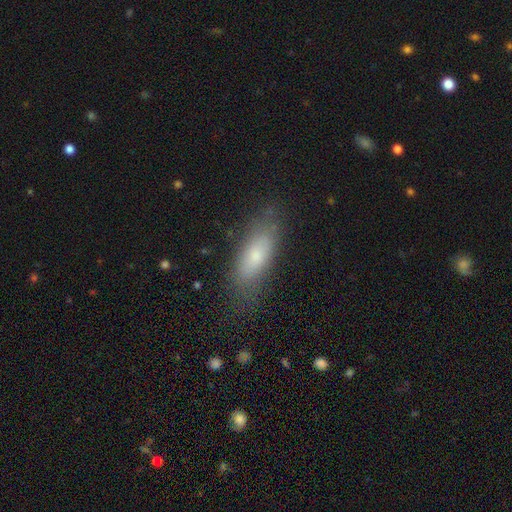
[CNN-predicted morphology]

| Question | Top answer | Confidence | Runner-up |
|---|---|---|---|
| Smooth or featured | smooth | 72% | featured or disk (20%) |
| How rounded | in between | 64% | cigar-shaped (33%) |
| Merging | none | 75% | minor disturbance (18%) |